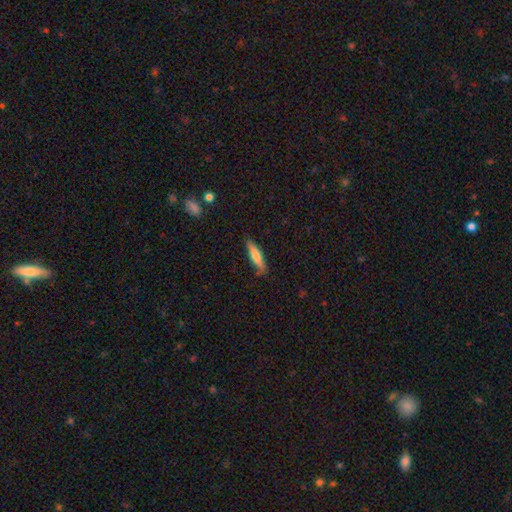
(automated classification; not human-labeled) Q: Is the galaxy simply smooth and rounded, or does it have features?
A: smooth — 68%.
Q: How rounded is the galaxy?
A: cigar-shaped — 80%.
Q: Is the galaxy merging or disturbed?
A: none — 80%.